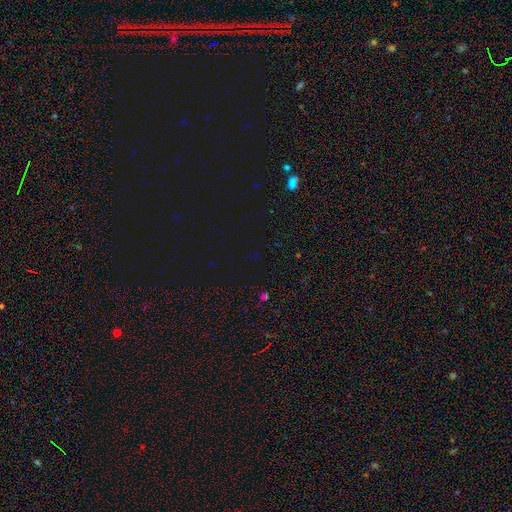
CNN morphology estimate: smooth_or_featured: star or artifact (p=0.72) [alt: smooth p=0.21]